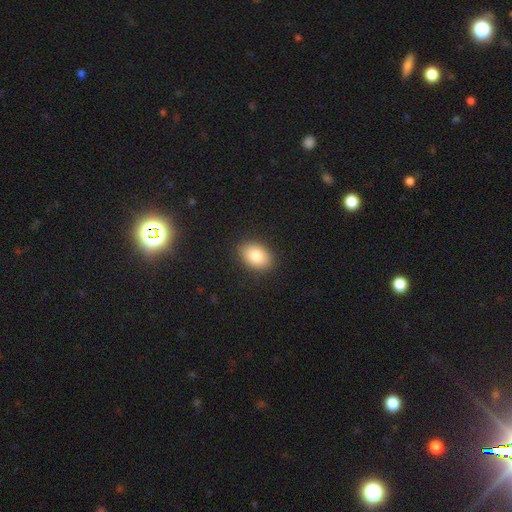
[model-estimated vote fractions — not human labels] A smooth galaxy with no disk features (84%) that is in between round and cigar-shaped (82%).

Vote fractions:
- Smooth or featured? smooth: 84% / featured or disk: 8% / star or artifact: 8%
- How rounded? in between: 82% / round: 17% / cigar-shaped: 1%
- Merging? none: 88% / minor disturbance: 9% / major disturbance: 2% / merger: 1%